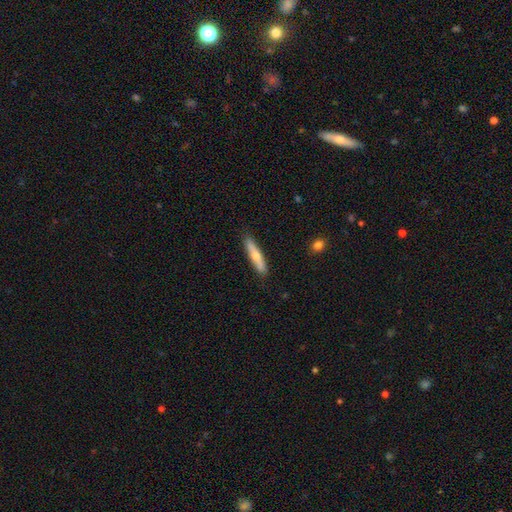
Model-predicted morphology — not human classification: Smooth or featured? smooth (53%)
How rounded? cigar-shaped (85%)
Merging? none (87%)